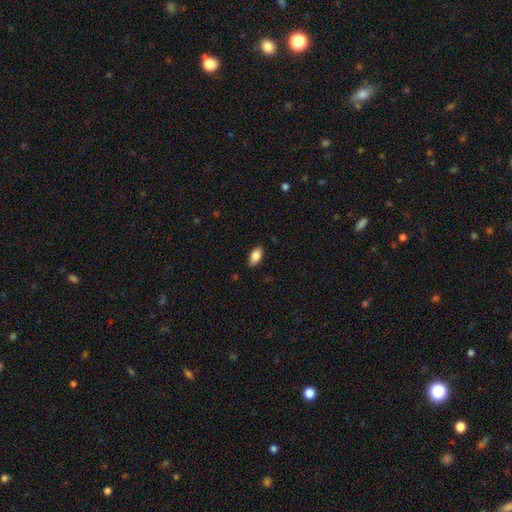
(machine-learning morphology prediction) A smooth galaxy with no disk features (85%) that is in between round and cigar-shaped (93%). Merging: none (87%).